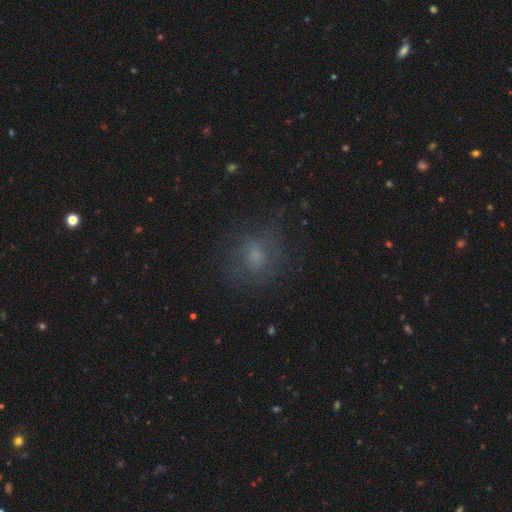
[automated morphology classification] Smooth or featured?
  - smooth: 58% *
  - featured or disk: 23%
  - star or artifact: 19%
How rounded?
  - round: 76% *
  - in between: 23%
  - cigar-shaped: 1%
Merging?
  - none: 70% *
  - minor disturbance: 16%
  - major disturbance: 12%
  - merger: 1%